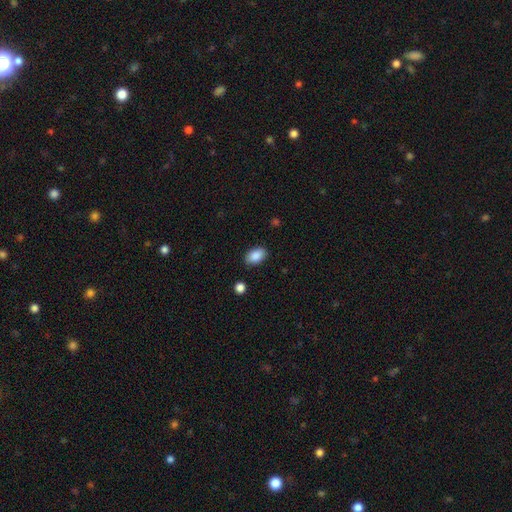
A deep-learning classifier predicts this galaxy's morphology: A smooth galaxy with no disk features (88%) that is in between round and cigar-shaped (90%). Merging: none (85%).